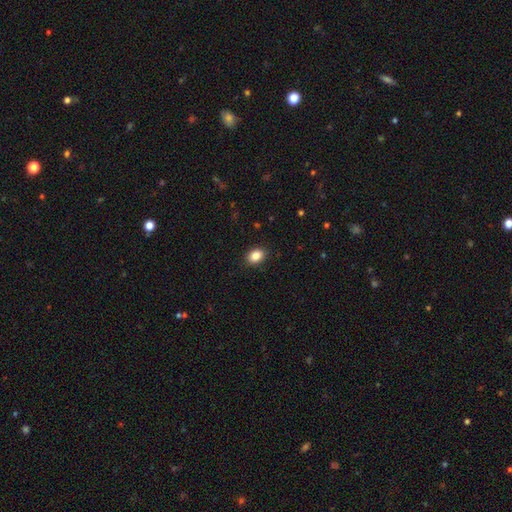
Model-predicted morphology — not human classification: This is clearly a smooth galaxy (86%). How rounded: likely in between (73%). Merging: clearly none (89%).